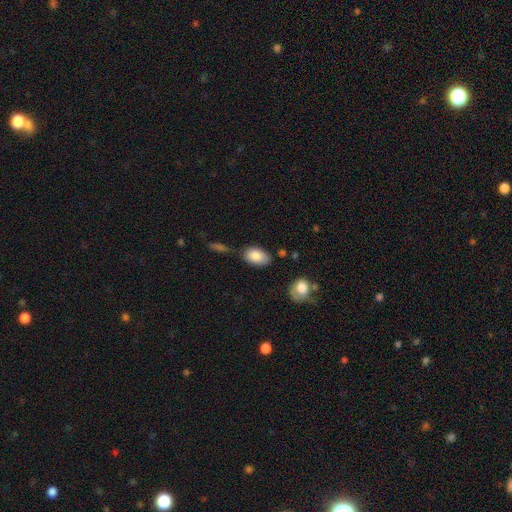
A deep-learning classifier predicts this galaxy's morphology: This appears to be a smooth galaxy with no disk features (84%) that is in between round and cigar-shaped (92%). Merging: none (67%).